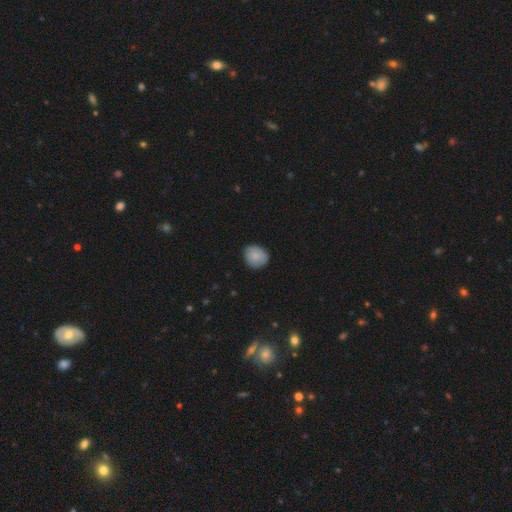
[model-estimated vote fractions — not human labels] Smooth or featured: smooth — 84% (featured or disk — 9%)
How rounded: round — 72% (in between — 27%)
Merging: none — 82% (minor disturbance — 14%)